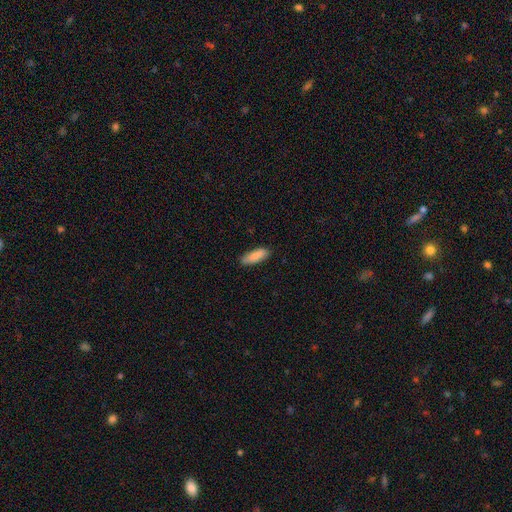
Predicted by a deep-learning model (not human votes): Smooth or featured? smooth (85%)
How rounded? in between (61%)
Merging? none (86%)